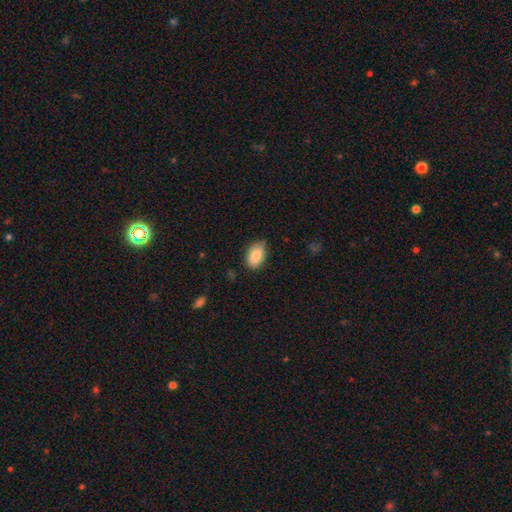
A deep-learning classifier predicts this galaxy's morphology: smooth-or-featured: smooth: 87% | star or artifact: 7% | featured or disk: 6%
  how-rounded: in between: 91% | round: 8% | cigar-shaped: 2%
  merging: none: 77% | minor disturbance: 19% | major disturbance: 3% | merger: 1%